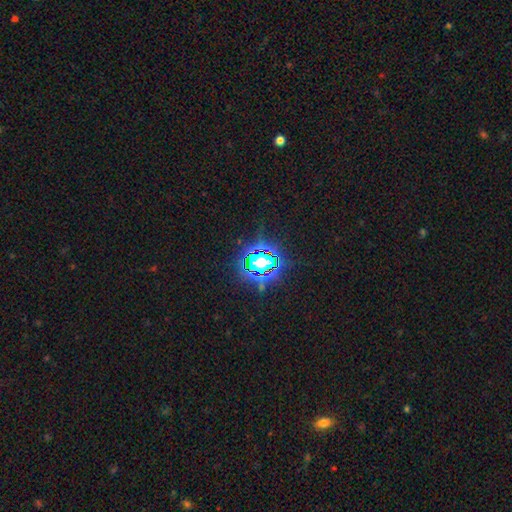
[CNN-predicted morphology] This appears to be a star or artifact, not a galaxy (80%).